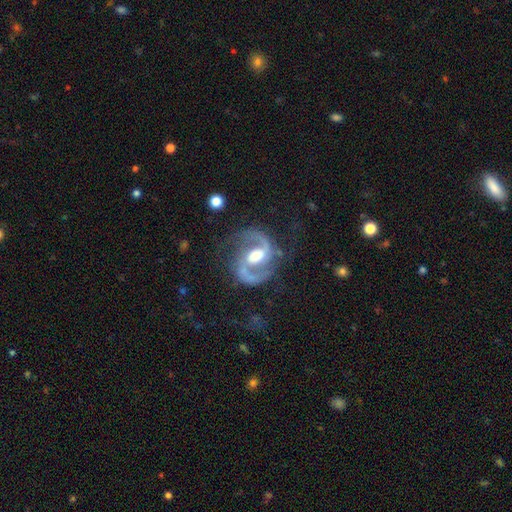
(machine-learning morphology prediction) A featured or disk galaxy (92%) with a weak bar (44%), 2 (94%) medium (63%) spiral arms (98%) and a moderate central bulge (61%).

Vote fractions:
- Smooth or featured? featured or disk: 92% / star or artifact: 4% / smooth: 3%
- Edge-on disk? no: 98% / yes: 2%
- Bar? weak: 44% / no: 30% / strong: 26%
- Spiral arms? yes: 98% / no: 2%
- Spiral winding? medium: 63% / loose: 22% / tight: 15%
- Spiral arm count? 2: 94% / 1: 2% / can't tell: 2% / 3: 1% / 4: 1% / more than 4: 1%
- Bulge size? moderate: 61% / large: 18% / small: 17% / none: 2% / dominant: 2%
- Merging? none: 74% / minor disturbance: 15% / major disturbance: 9% / merger: 2%